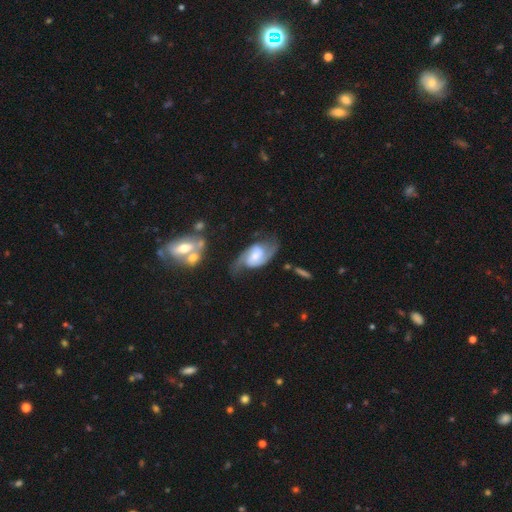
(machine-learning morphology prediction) Smooth or featured?
  - featured or disk: 84% *
  - smooth: 10%
  - star or artifact: 5%
Edge-on disk?
  - no: 97% *
  - yes: 3%
Bar?
  - weak: 47% *
  - no: 34%
  - strong: 19%
Spiral arms?
  - yes: 96% *
  - no: 4%
Spiral winding?
  - medium: 51% *
  - loose: 30%
  - tight: 20%
Spiral arm count?
  - 2: 91% *
  - can't tell: 4%
  - 1: 2%
  - 3: 1%
  - 4: 1%
  - more than 4: 1%
Bulge size?
  - moderate: 40% *
  - small: 36%
  - large: 12%
  - none: 10%
  - dominant: 2%
Merging?
  - none: 67% *
  - minor disturbance: 19%
  - major disturbance: 10%
  - merger: 4%